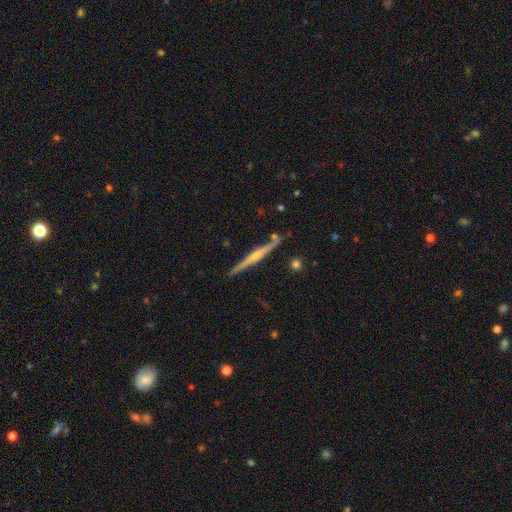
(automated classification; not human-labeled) Smooth or featured: featured or disk — 76% (smooth — 18%)
Edge-on disk: yes — 98% (no — 2%)
Edge-on bulge: rounded — 75% (none — 15%)
Merging: none — 86% (minor disturbance — 9%)